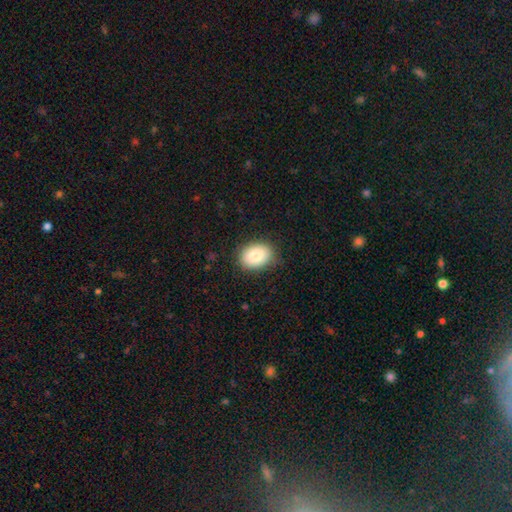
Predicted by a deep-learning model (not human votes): Smooth or featured? Predicted: smooth (p=0.85). How rounded? Predicted: in between (p=0.70). Merging? Predicted: none (p=0.84).